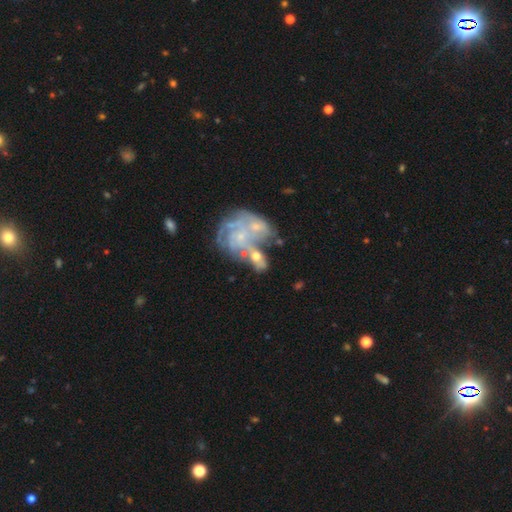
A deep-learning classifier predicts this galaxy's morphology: This is likely a featured or disk galaxy (76%). It is clearly not viewed edge-on (97%). Bar: likely no (80%). Spiral arm pattern: likely yes (72%). Spiral arm count: possibly can't tell (47%). Spiral winding: possibly tight (57%). Central bulge: likely small (64%). Merging: possibly merger (46%).